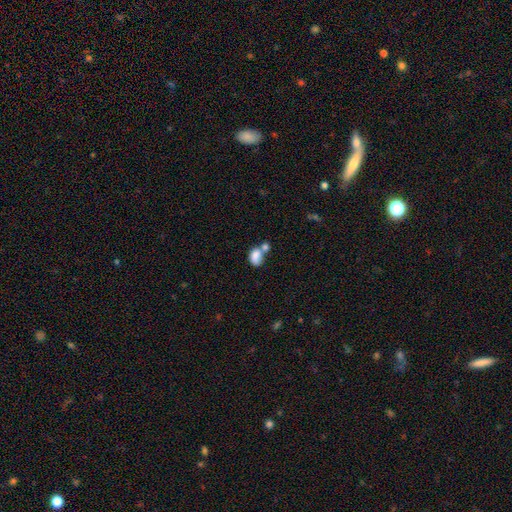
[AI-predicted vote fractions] smooth-or-featured: smooth: 80% | featured or disk: 11% | star or artifact: 8%
  how-rounded: in between: 76% | round: 23% | cigar-shaped: 1%
  merging: merger: 56% | none: 25% | minor disturbance: 12% | major disturbance: 8%